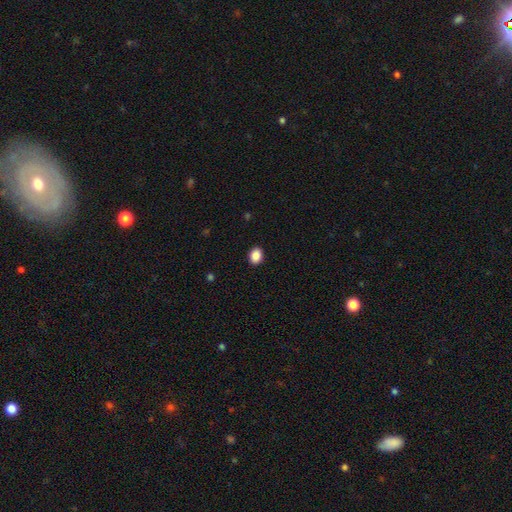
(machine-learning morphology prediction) type=smooth (89%); roundness=in between (58%); merging=none (91%).